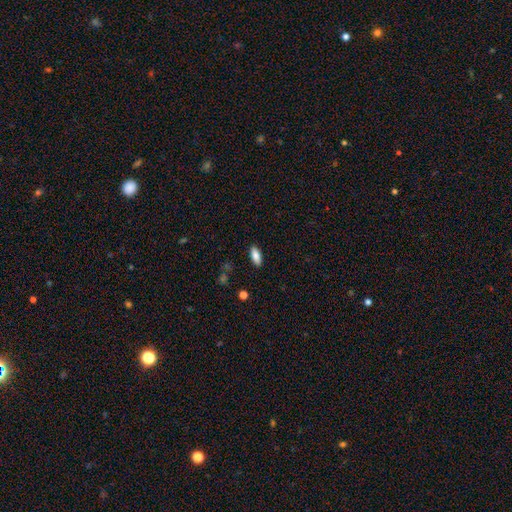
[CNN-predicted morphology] Smooth or featured?
  - smooth: 84% *
  - featured or disk: 9%
  - star or artifact: 7%
How rounded?
  - in between: 81% *
  - cigar-shaped: 16%
  - round: 2%
Merging?
  - none: 88% *
  - minor disturbance: 9%
  - major disturbance: 2%
  - merger: 1%